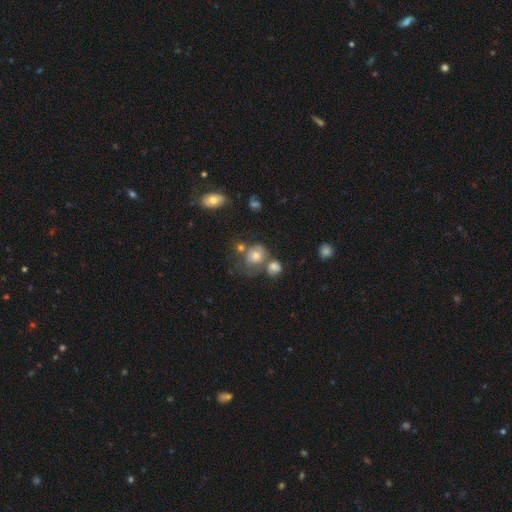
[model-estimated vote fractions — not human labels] Overall: smooth (58%; featured or disk 26%). How rounded: round (68%; in between 30%). Merging: none (40%; merger 30%).